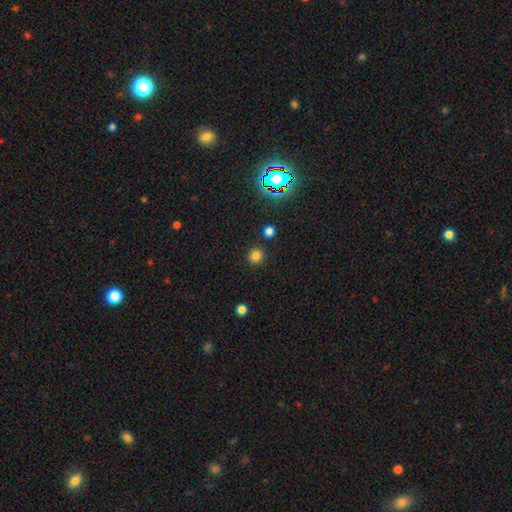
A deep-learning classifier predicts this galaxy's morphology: Smooth or featured: smooth — 79% (star or artifact — 16%)
How rounded: round — 94% (in between — 5%)
Merging: none — 88% (minor disturbance — 6%)